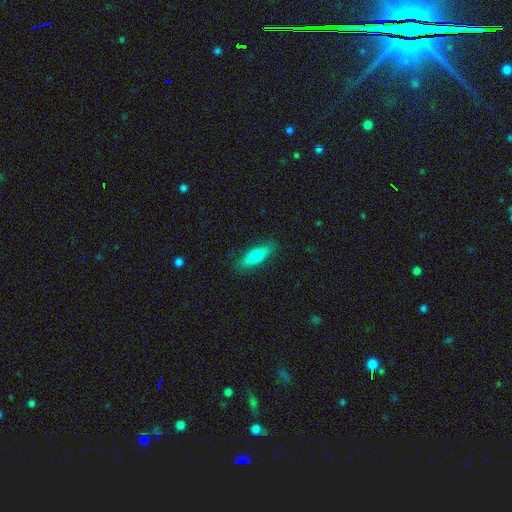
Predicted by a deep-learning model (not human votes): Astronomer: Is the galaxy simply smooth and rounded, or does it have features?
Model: smooth — 68%.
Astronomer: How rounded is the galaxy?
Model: cigar-shaped — 49% (runner-up: in between, 48%).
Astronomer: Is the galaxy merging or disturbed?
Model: none — 87%.